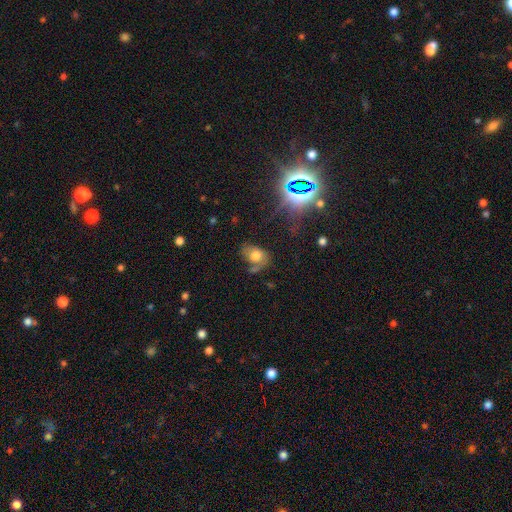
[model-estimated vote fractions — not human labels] Smooth or featured? Predicted: smooth (p=0.54). How rounded? Predicted: in between (p=0.69). Merging? Predicted: none (p=0.38).